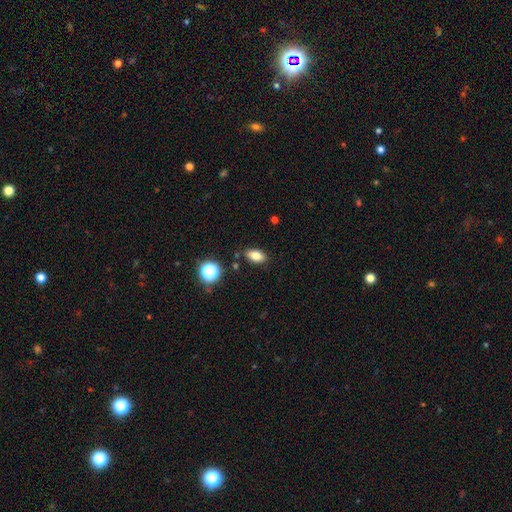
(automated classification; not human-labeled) This is likely a smooth galaxy (80%). How rounded: clearly in between (87%). Merging: clearly none (84%).